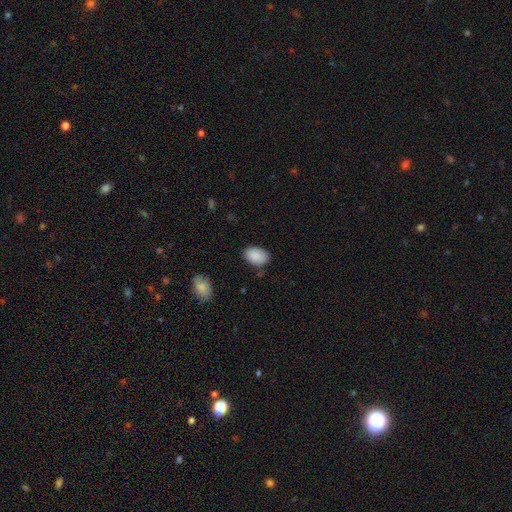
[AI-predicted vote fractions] A smooth galaxy with no disk features (89%) that is in between round and cigar-shaped (88%). Merging: none (82%).